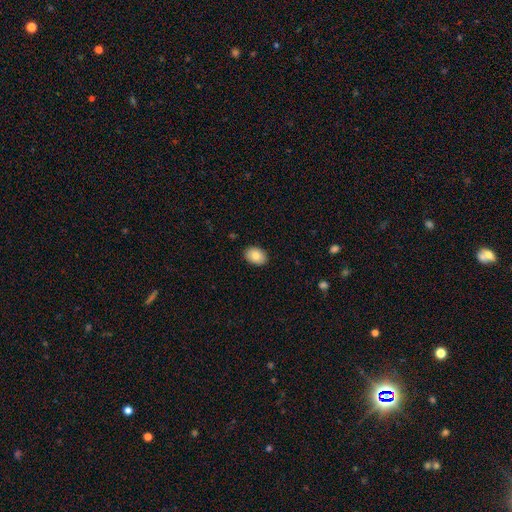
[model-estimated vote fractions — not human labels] Smooth or featured: smooth — 84% (featured or disk — 9%)
How rounded: in between — 79% (round — 20%)
Merging: none — 89% (minor disturbance — 8%)